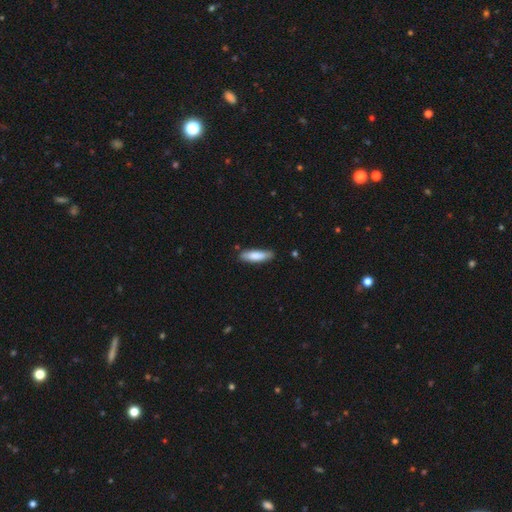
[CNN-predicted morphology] Smooth or featured? smooth (82%)
How rounded? cigar-shaped (58%)
Merging? none (81%)